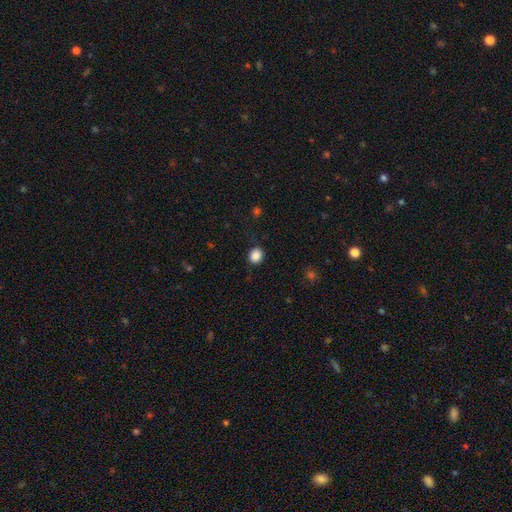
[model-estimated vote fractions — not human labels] Smooth or featured?
  - smooth: 87% *
  - star or artifact: 10%
  - featured or disk: 3%
How rounded?
  - round: 78% *
  - in between: 21%
  - cigar-shaped: 1%
Merging?
  - none: 86% *
  - minor disturbance: 10%
  - major disturbance: 3%
  - merger: 1%